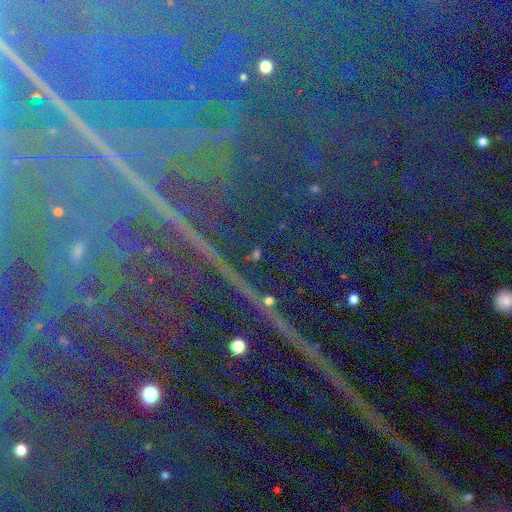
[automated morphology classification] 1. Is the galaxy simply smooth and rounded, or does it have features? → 87% star or artifact, 7% featured or disk, 5% smooth.